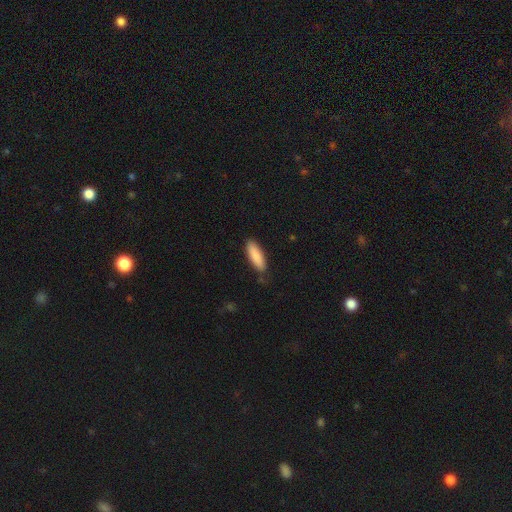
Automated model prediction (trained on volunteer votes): A smooth galaxy with no disk features (88%) that is in between round and cigar-shaped (54%). Merging: none (81%).